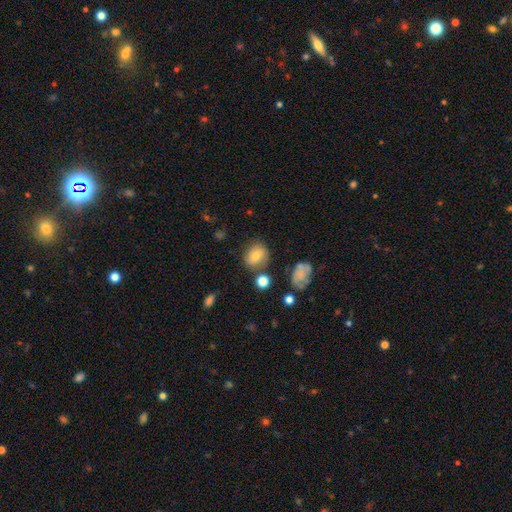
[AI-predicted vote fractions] smooth 71%, featured or disk 18%, star or artifact 11%. Down the decision tree: how rounded — round (57%); merging — none (72%).